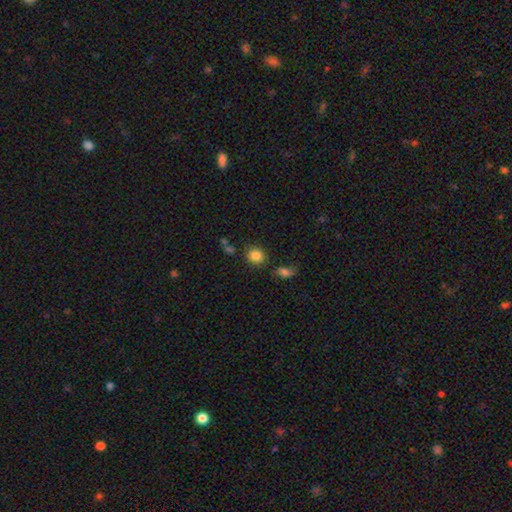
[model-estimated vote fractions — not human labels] The model was most divided on "how rounded": round: 74%, in between: 25%, cigar-shaped: 1%. More confident: smooth or featured — smooth (85%); merging — none (80%).